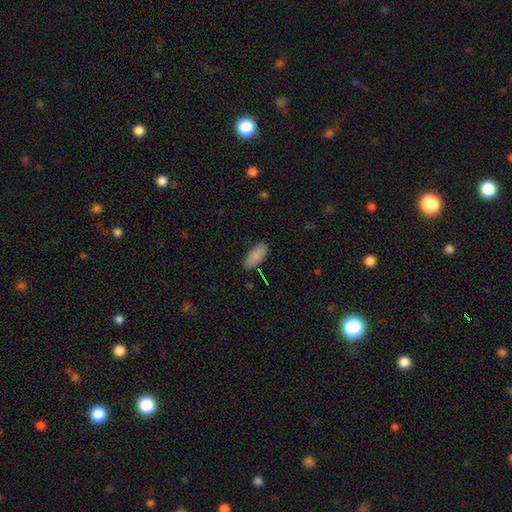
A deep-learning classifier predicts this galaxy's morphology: Smooth or featured? Predicted: smooth (p=0.87). How rounded? Predicted: in between (p=0.85). Merging? Predicted: none (p=0.86).